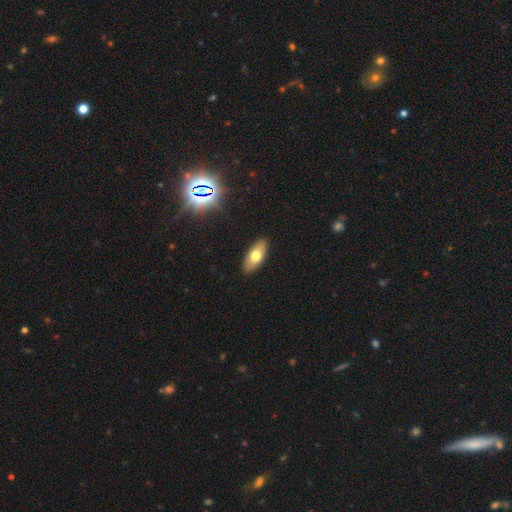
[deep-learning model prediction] Overall: smooth (69%). How rounded: in between (86%). Merging: none (90%).